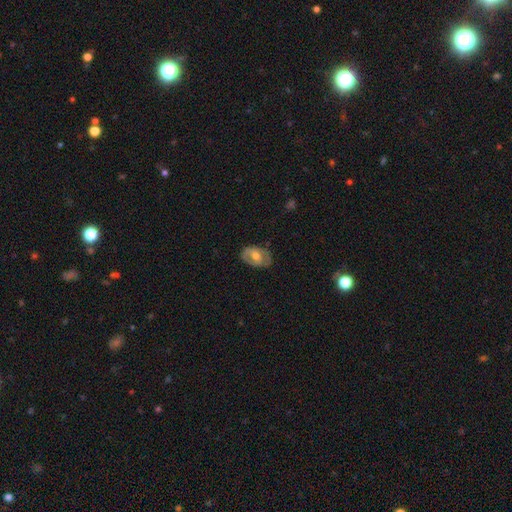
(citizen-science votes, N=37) Volunteers were most divided on "bar": no: 48%, weak: 43%, strong: 10%. More confident: edge-on disk — no (88%); merging — none (76%); bulge size — moderate (71%); smooth or featured — featured or disk (65%); spiral arms — no (57%).